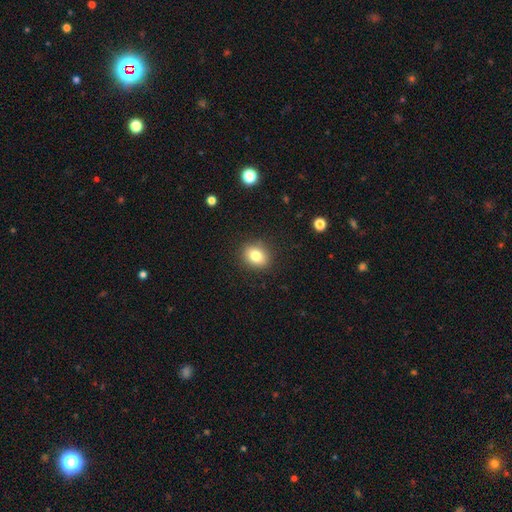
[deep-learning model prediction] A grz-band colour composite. It shows a smooth galaxy with no disk features (81%) that is round (58%). Merging: none (89%).